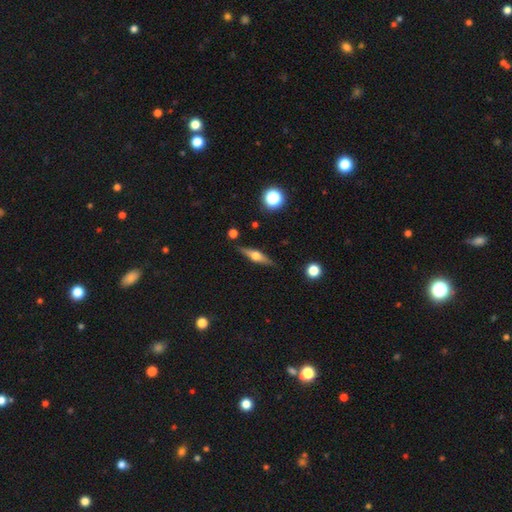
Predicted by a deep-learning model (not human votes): The model was most divided on "smooth or featured": featured or disk: 64%, smooth: 29%, star or artifact: 7%. More confident: edge-on disk — yes (95%); edge-on bulge — rounded (93%); merging — none (86%).